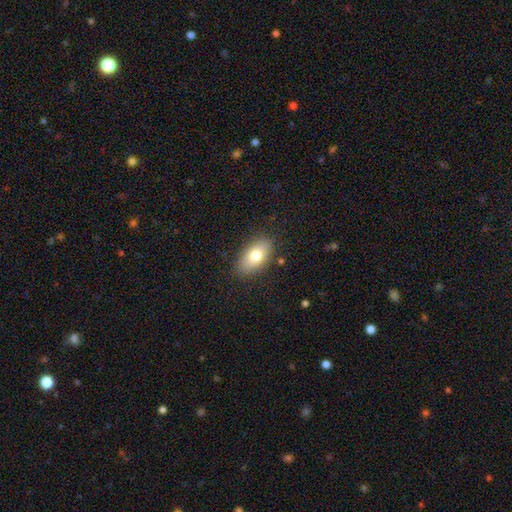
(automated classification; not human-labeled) A smooth galaxy with no disk features (76%) that is in between round and cigar-shaped (90%).

Vote fractions:
- Smooth or featured? smooth: 76% / featured or disk: 17% / star or artifact: 8%
- How rounded? in between: 90% / round: 6% / cigar-shaped: 4%
- Merging? none: 85% / minor disturbance: 11% / major disturbance: 3% / merger: 1%